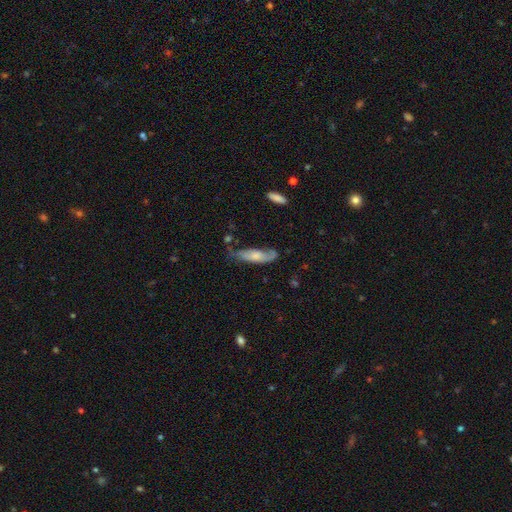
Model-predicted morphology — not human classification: Smooth or featured? smooth (55%)
How rounded? in between (54%)
Merging? none (47%)